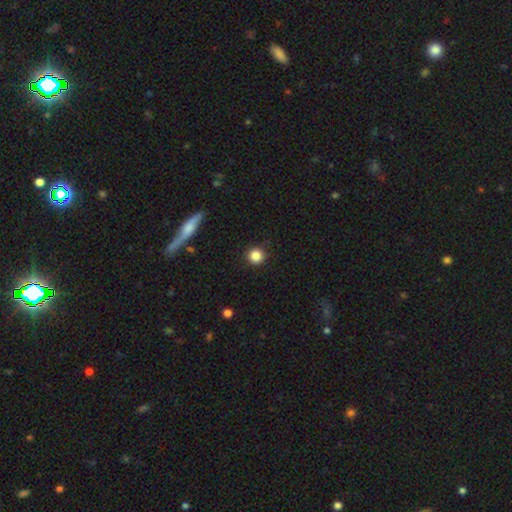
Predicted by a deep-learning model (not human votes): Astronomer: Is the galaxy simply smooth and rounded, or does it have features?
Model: smooth — 85%.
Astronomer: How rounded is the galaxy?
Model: round — 94%.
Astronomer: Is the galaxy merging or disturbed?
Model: none — 89%.